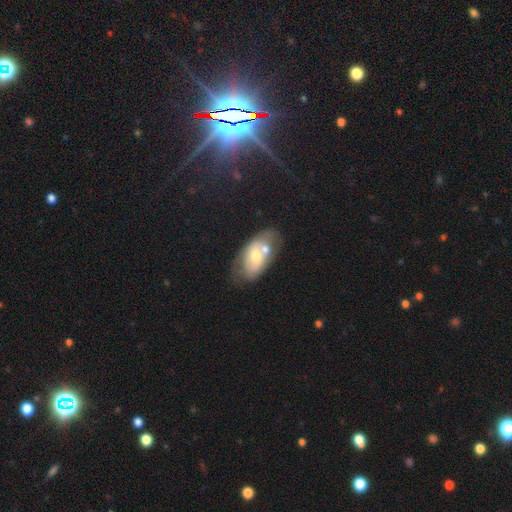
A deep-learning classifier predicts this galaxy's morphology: type=smooth (47%); merging=merger (38%).